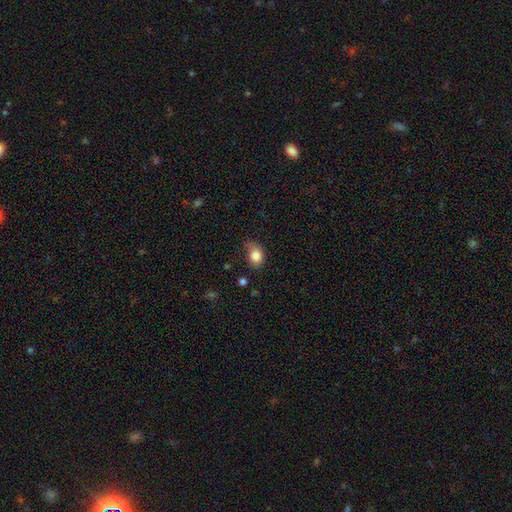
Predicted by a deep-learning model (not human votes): Morphology: type=smooth (82%); roundness=in between (69%); merging=none (53%).